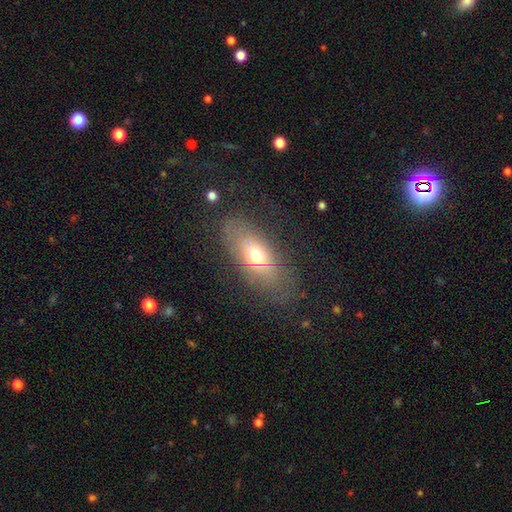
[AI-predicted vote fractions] This appears to be a smooth galaxy with no disk features (54%) that is in between round and cigar-shaped (82%). Merging: none (67%).